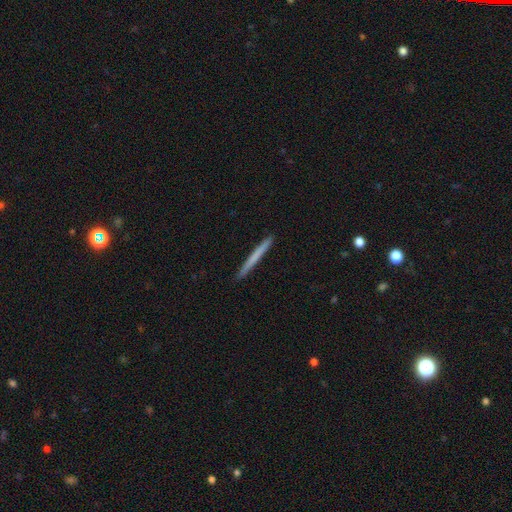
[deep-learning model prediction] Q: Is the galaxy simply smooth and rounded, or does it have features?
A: smooth — 64%.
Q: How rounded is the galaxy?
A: cigar-shaped — 97%.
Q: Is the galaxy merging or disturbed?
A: none — 92%.